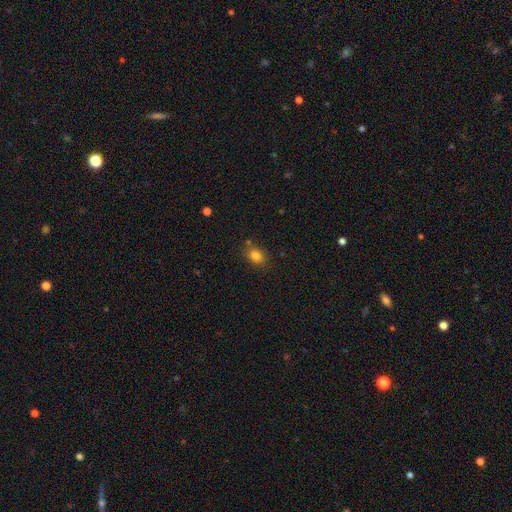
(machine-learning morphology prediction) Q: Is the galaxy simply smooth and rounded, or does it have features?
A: smooth — 82%.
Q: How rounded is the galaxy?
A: in between — 59%.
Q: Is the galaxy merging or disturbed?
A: none — 79%.